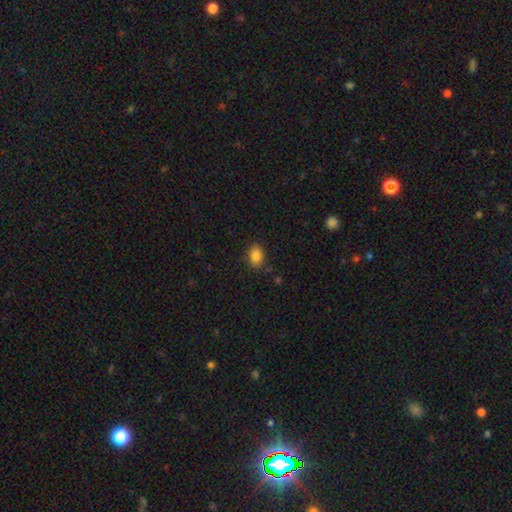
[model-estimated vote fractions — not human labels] Smooth or featured?
  - smooth: 86% *
  - star or artifact: 9%
  - featured or disk: 5%
How rounded?
  - in between: 75% *
  - round: 24%
  - cigar-shaped: 1%
Merging?
  - none: 82% *
  - minor disturbance: 13%
  - major disturbance: 3%
  - merger: 2%